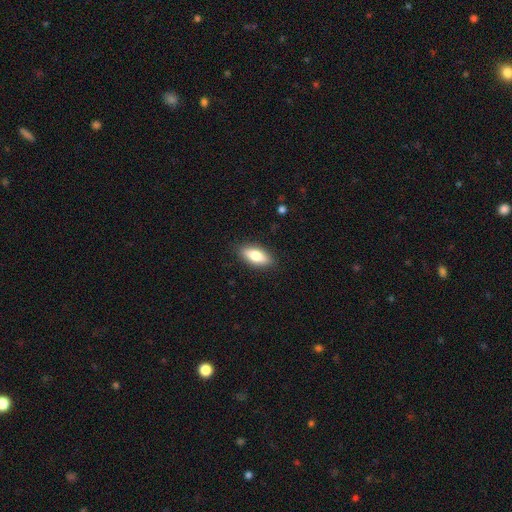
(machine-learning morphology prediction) Q: Smooth or featured?
A: smooth (75%); runner-up: featured or disk (19%)
Q: How rounded?
A: in between (80%); runner-up: cigar-shaped (17%)
Q: Merging?
A: none (88%); runner-up: minor disturbance (9%)